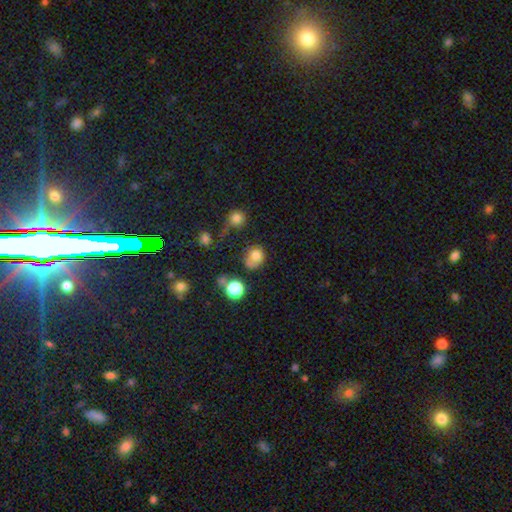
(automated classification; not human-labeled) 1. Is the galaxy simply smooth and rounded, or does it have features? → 76% smooth, 14% star or artifact, 10% featured or disk.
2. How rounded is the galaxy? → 65% round, 34% in between, 1% cigar-shaped.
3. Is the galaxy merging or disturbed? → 47% none, 24% minor disturbance, 15% merger, 14% major disturbance.